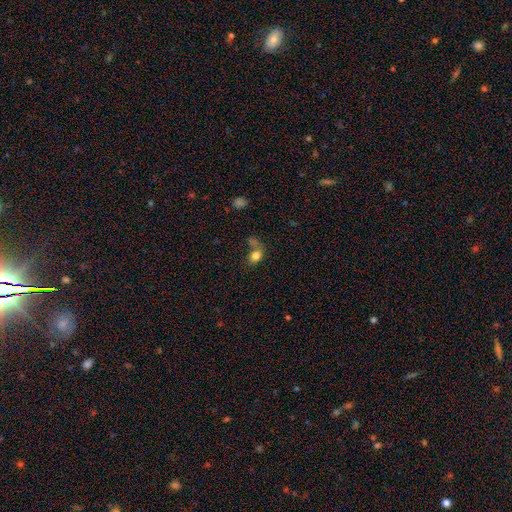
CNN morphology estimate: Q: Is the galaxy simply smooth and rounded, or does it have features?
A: smooth — 79%.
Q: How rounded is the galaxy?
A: in between — 61%.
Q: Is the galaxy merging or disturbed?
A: none — 44%.